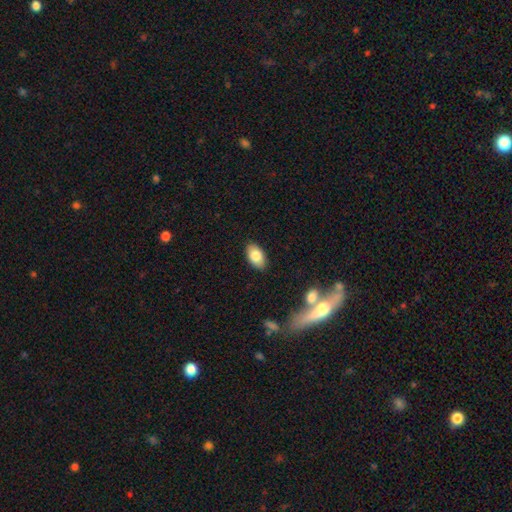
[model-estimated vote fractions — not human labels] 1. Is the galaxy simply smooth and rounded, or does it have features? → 83% smooth, 10% featured or disk, 7% star or artifact.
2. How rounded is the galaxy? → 93% in between, 5% round, 2% cigar-shaped.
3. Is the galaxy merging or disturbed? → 87% none, 9% minor disturbance, 2% major disturbance, 2% merger.